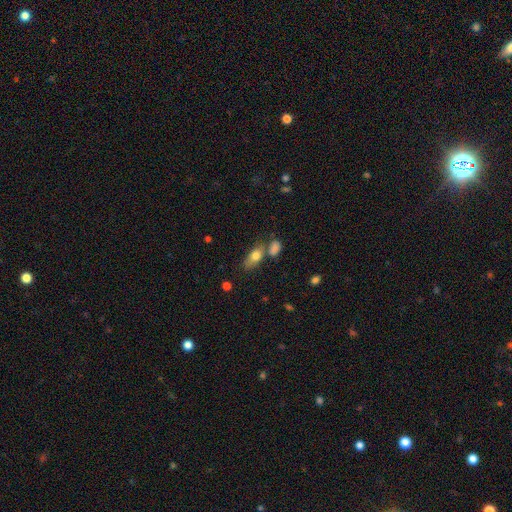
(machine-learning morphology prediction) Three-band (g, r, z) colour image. It shows a smooth galaxy with no disk features (75%) that is in between round and cigar-shaped (81%). Merging: none (50%).